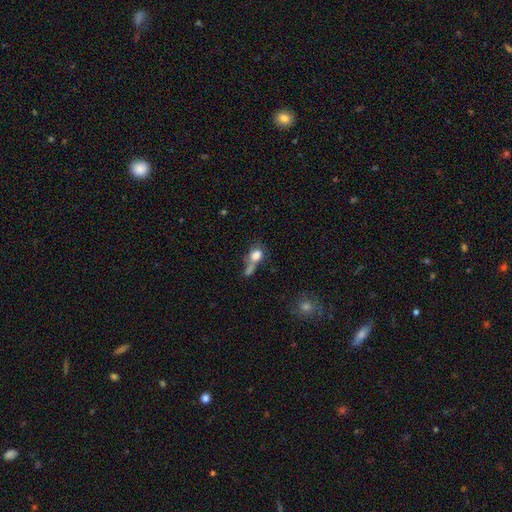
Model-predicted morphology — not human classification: Smooth or featured: smooth — 74% (featured or disk — 14%)
How rounded: in between — 57% (round — 38%)
Merging: merger — 46% (none — 25%)